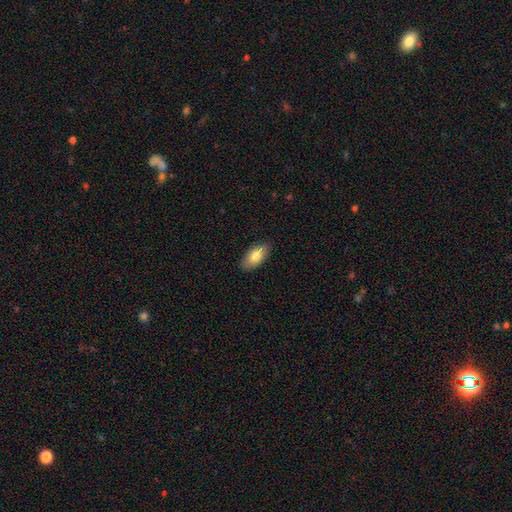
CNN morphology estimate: Smooth or featured? smooth (78%)
How rounded? in between (91%)
Merging? none (86%)